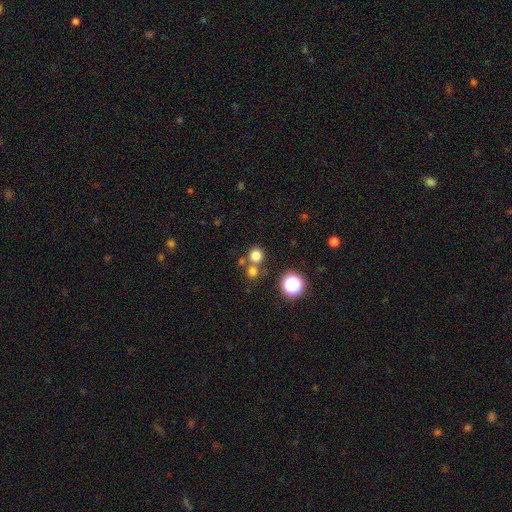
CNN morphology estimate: Smooth or featured? Predicted: smooth (p=0.75). How rounded? Predicted: round (p=0.92). Merging? Predicted: none (p=0.65).